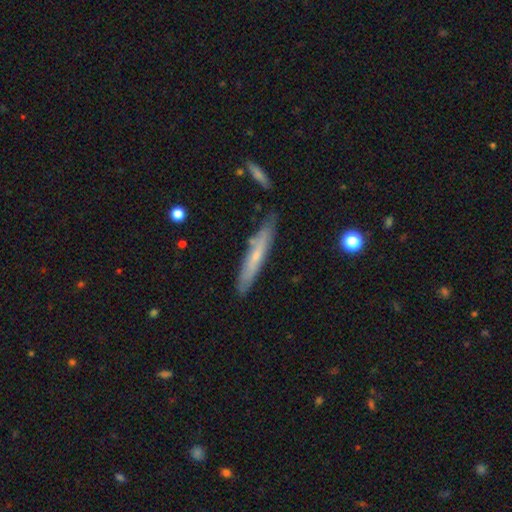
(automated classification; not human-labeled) The model was most divided on "smooth or featured": smooth: 48%, featured or disk: 45%, star or artifact: 7%. More confident: merging — none (80%).